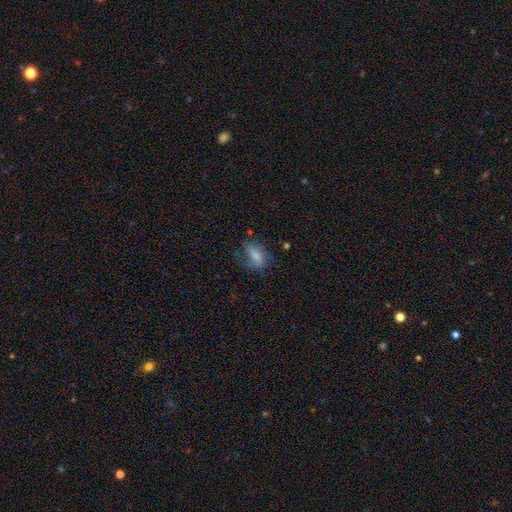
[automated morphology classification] smooth_or_featured: smooth (p=0.55) [alt: featured or disk p=0.35]
how_rounded: in between (p=0.85) [alt: round p=0.09]
merging: none (p=0.45) [alt: minor disturbance p=0.27]